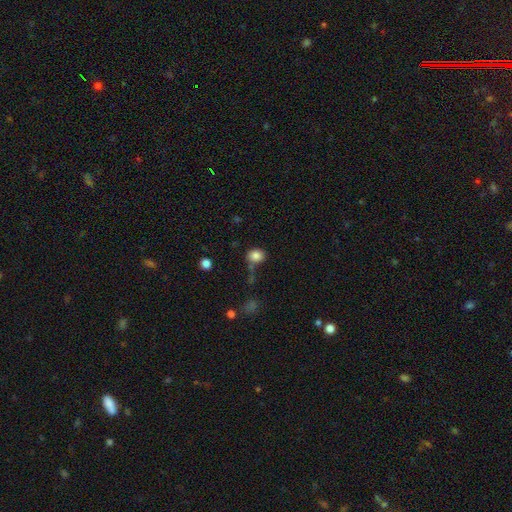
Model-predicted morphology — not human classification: A smooth galaxy with no disk features (84%) that is round (65%).

Vote fractions:
- Smooth or featured? smooth: 84% / star or artifact: 10% / featured or disk: 5%
- How rounded? round: 65% / in between: 34% / cigar-shaped: 1%
- Merging? none: 66% / minor disturbance: 17% / merger: 11% / major disturbance: 6%